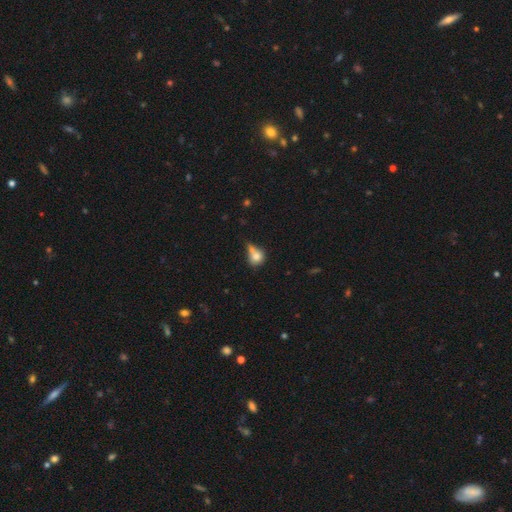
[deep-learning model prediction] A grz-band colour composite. It shows a smooth galaxy with no disk features (76%) that is round (71%). Merging: merger (35%, tied with none).